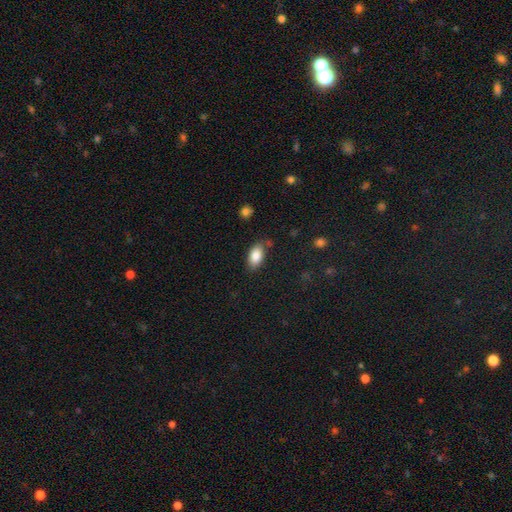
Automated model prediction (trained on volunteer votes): This appears to be a smooth galaxy with no disk features (85%) that is in between round and cigar-shaped (92%). Merging: none (79%).